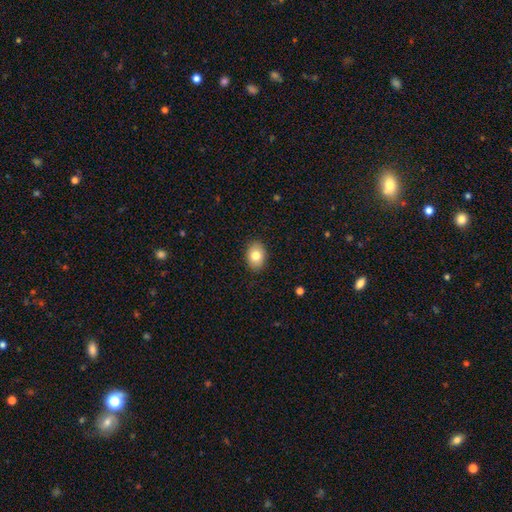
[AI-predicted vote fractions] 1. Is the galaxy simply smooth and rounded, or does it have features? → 80% smooth, 12% featured or disk, 8% star or artifact.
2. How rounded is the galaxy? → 73% in between, 26% round, 1% cigar-shaped.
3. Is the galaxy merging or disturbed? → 89% none, 8% minor disturbance, 2% major disturbance, 1% merger.